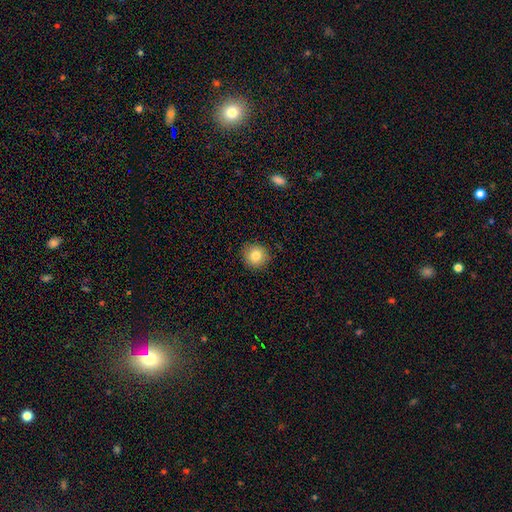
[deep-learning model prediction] Overall: smooth (82%). How rounded: round (93%). Merging: none (90%).